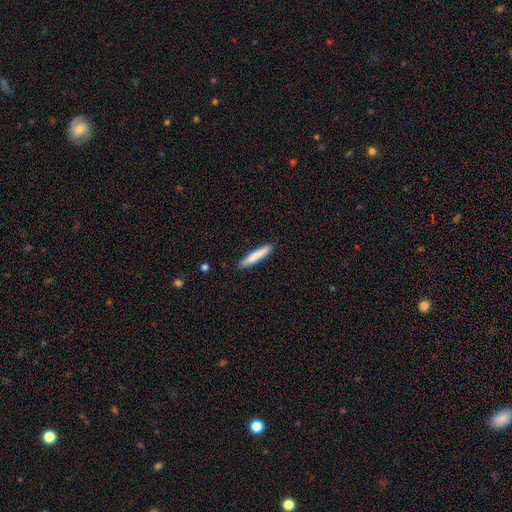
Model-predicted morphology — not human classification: type=smooth (80%); roundness=cigar-shaped (91%); merging=none (89%).